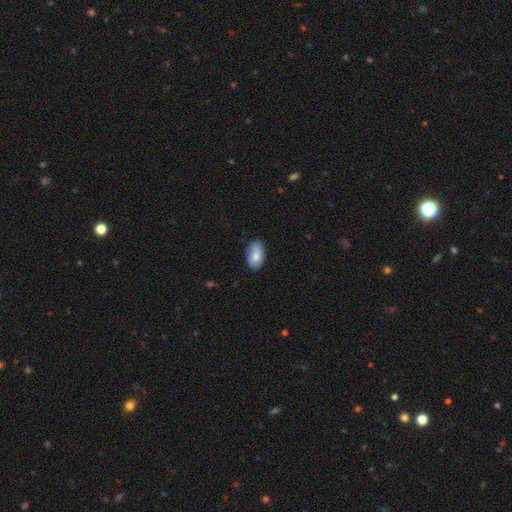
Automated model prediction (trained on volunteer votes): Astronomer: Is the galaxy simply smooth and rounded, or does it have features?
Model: smooth — 83%.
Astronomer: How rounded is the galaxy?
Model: in between — 93%.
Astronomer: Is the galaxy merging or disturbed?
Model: none — 78%.